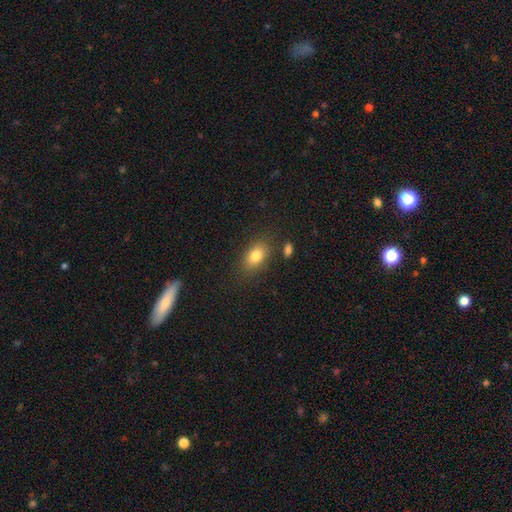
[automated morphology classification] Smooth or featured: smooth — 82% (featured or disk — 9%)
How rounded: in between — 85% (round — 12%)
Merging: none — 79% (minor disturbance — 12%)